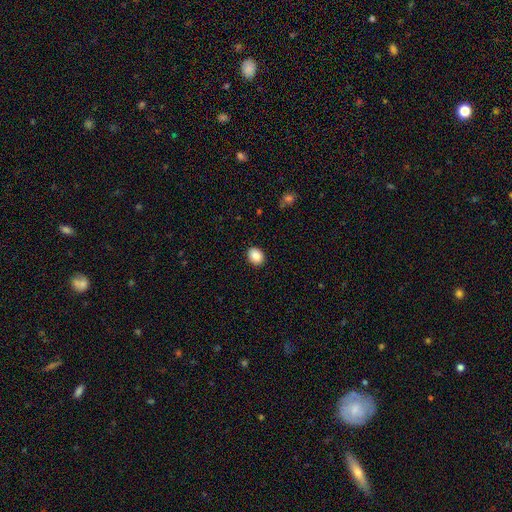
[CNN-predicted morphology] The model was most divided on "how rounded": round: 54%, in between: 45%, cigar-shaped: 1%. More confident: merging — none (90%); smooth or featured — smooth (86%).